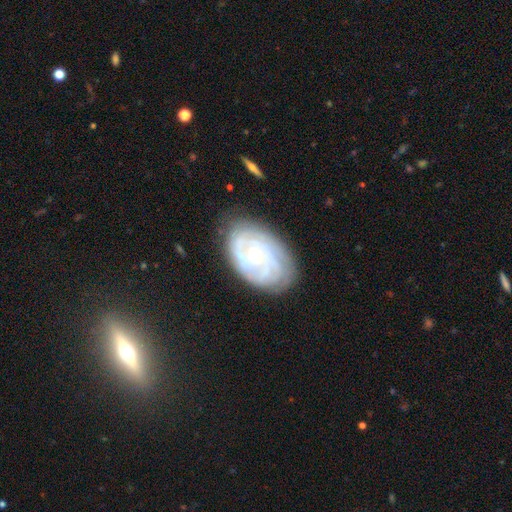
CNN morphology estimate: This appears to be a featured or disk galaxy (82%) with no bar (70%), tight (77%) spiral arms (95%) and a small central bulge (75%). Merging: none (76%).